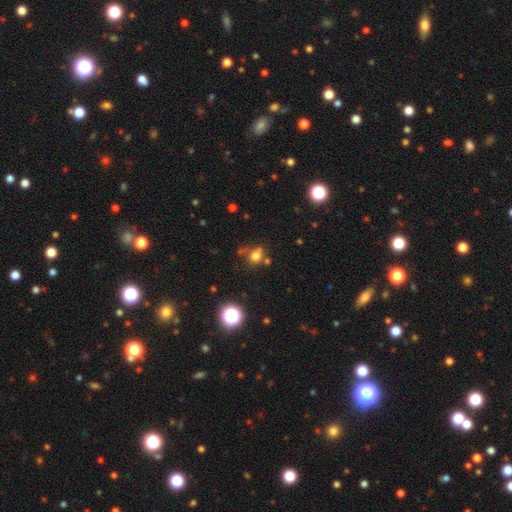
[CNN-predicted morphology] This is likely a smooth galaxy (71%). How rounded: likely round (67%). Merging: possibly none (58%).